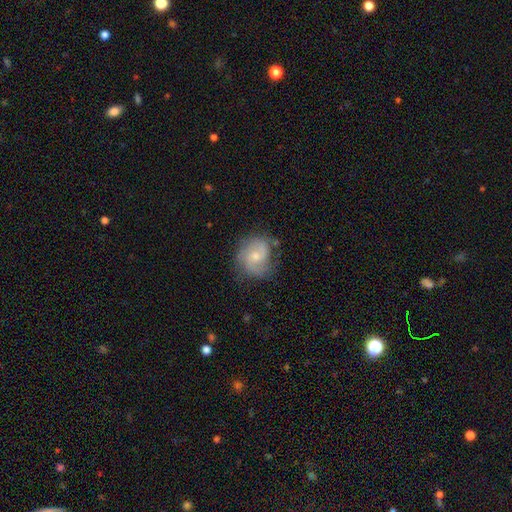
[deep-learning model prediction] smooth-or-featured: featured or disk: 67% | smooth: 26% | star or artifact: 7%
  disk-edge-on: no: 98% | yes: 2%
    bar: no: 62% | weak: 34% | strong: 4%
    has-spiral-arms: yes: 92% | no: 8%
      spiral-winding: medium: 47% | tight: 33% | loose: 20%
      spiral-arm-count: 2: 71% | can't tell: 14% | 3: 7% | 1: 5% | 4: 2% | more than 4: 2%
    bulge-size: moderate: 47% | small: 45% | none: 4% | large: 3% | dominant: 1%
  merging: none: 67% | minor disturbance: 22% | major disturbance: 9% | merger: 2%